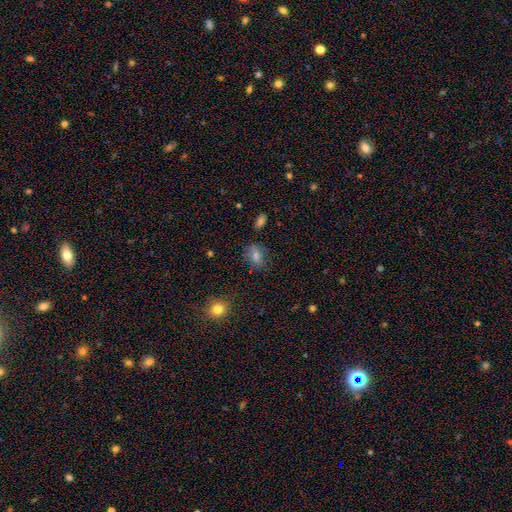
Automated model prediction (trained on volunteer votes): This appears to be a smooth galaxy with no disk features (63%) that is in between round and cigar-shaped (66%). Merging: none (77%).